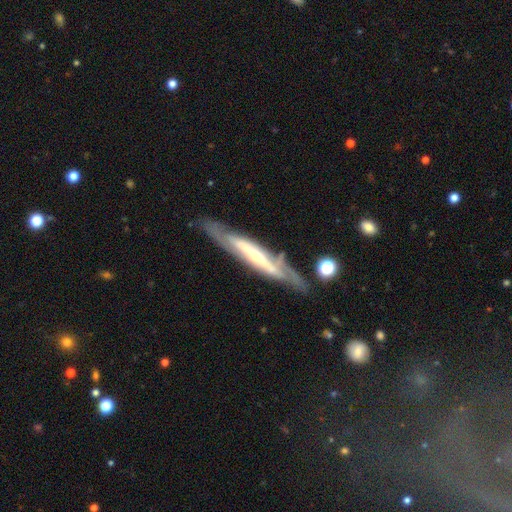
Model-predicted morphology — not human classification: Q: Smooth or featured?
A: featured or disk (76%); runner-up: smooth (18%)
Q: Edge-on disk?
A: yes (64%); runner-up: no (36%)
Q: Merging?
A: none (72%); runner-up: minor disturbance (18%)